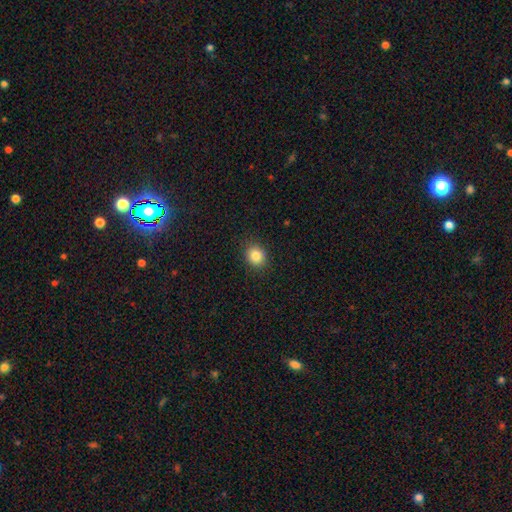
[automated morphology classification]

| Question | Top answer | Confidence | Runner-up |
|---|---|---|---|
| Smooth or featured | smooth | 85% | star or artifact (10%) |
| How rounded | round | 67% | in between (32%) |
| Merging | none | 89% | minor disturbance (8%) |